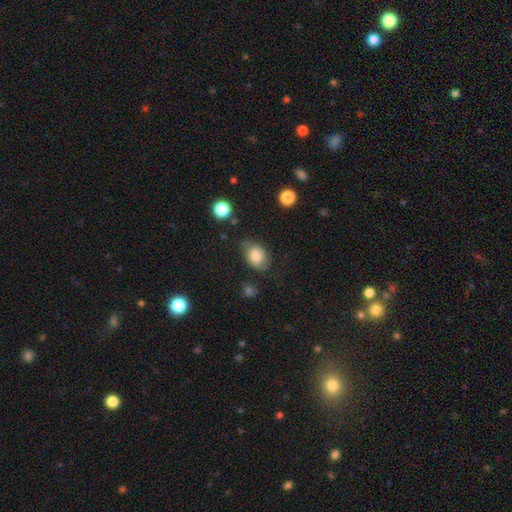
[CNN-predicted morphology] Smooth or featured?
  - smooth: 68% *
  - featured or disk: 22%
  - star or artifact: 9%
How rounded?
  - in between: 67% *
  - round: 32%
  - cigar-shaped: 1%
Merging?
  - none: 60% *
  - minor disturbance: 27%
  - major disturbance: 10%
  - merger: 2%